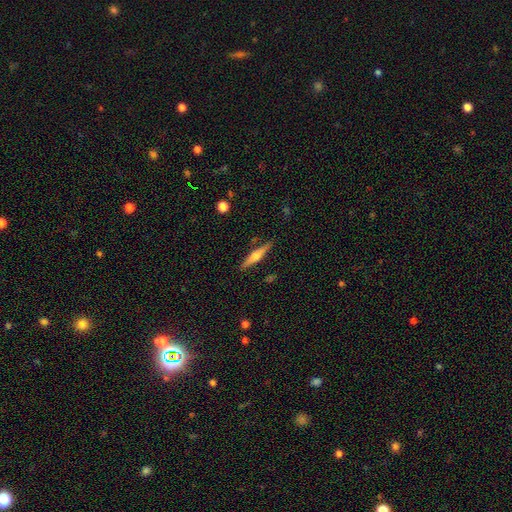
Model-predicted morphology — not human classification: type=featured or disk (62%); edge-on=yes (97%); edge-on bulge=rounded (87%); merging=none (88%).